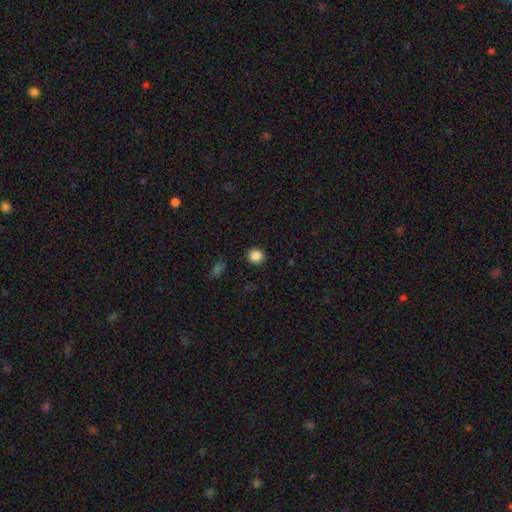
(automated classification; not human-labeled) The model was most divided on "smooth or featured": smooth: 85%, star or artifact: 11%, featured or disk: 4%. More confident: merging — none (91%); how rounded — round (91%).